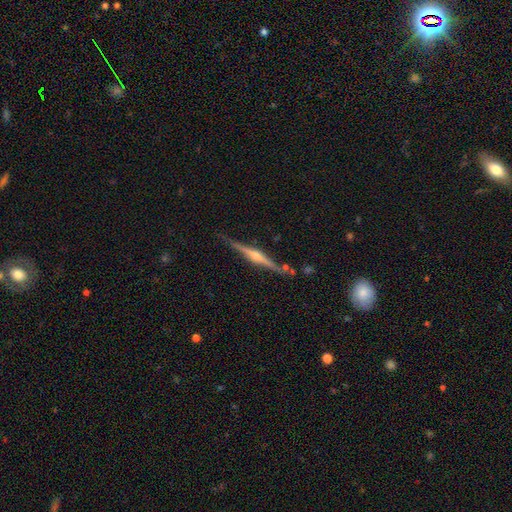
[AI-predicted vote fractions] Smooth or featured? Predicted: featured or disk (p=0.86). Edge-on disk? Predicted: yes (p=0.98). Edge-on bulge? Predicted: rounded (p=0.85). Merging? Predicted: none (p=0.85).